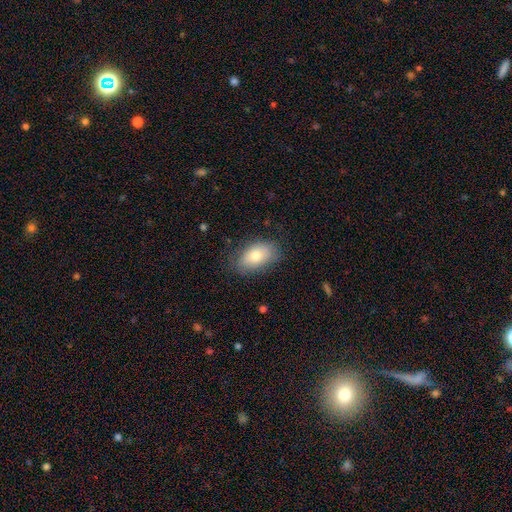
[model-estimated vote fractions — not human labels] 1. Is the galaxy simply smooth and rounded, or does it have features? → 76% smooth, 16% featured or disk, 8% star or artifact.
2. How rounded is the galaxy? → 91% in between, 7% round, 2% cigar-shaped.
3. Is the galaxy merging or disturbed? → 79% none, 16% minor disturbance, 4% major disturbance, 1% merger.